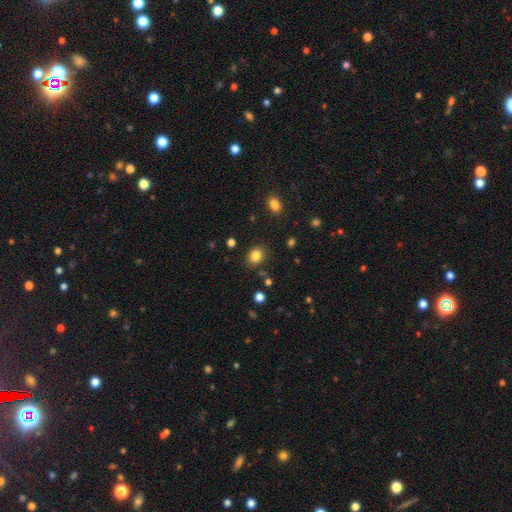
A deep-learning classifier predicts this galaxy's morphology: Q: Smooth or featured?
A: smooth (83%); runner-up: star or artifact (11%)
Q: How rounded?
A: round (62%); runner-up: in between (37%)
Q: Merging?
A: none (84%); runner-up: minor disturbance (10%)